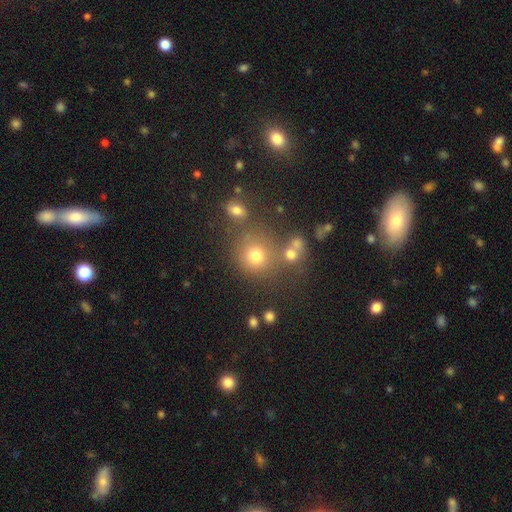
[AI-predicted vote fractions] Smooth or featured: smooth — 73% (star or artifact — 18%)
How rounded: round — 86% (in between — 13%)
Merging: none — 65% (merger — 18%)